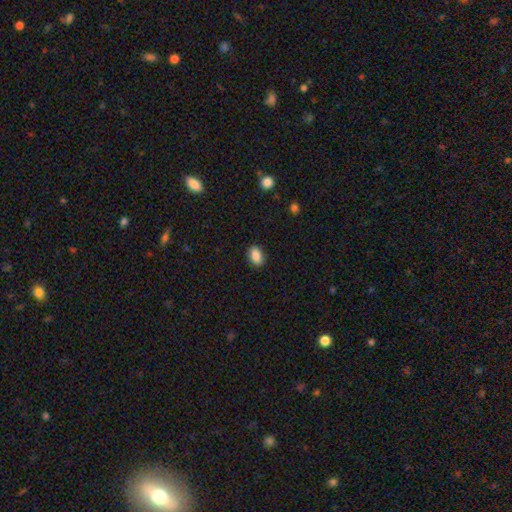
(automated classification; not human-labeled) Q: Smooth or featured?
A: smooth (88%); runner-up: star or artifact (8%)
Q: How rounded?
A: in between (89%); runner-up: round (9%)
Q: Merging?
A: none (88%); runner-up: minor disturbance (9%)